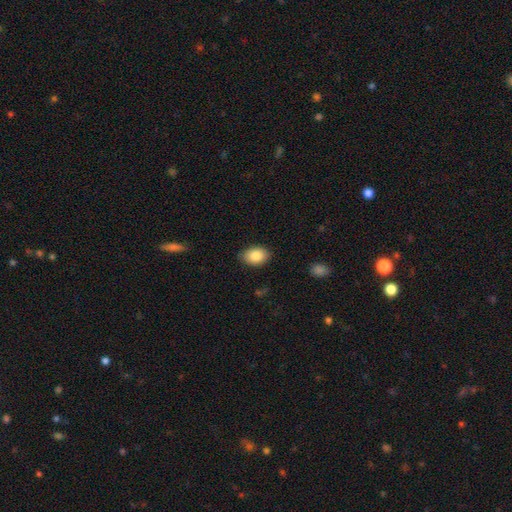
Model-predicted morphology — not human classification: A smooth galaxy with no disk features (85%) that is in between round and cigar-shaped (83%). Merging: none (84%).